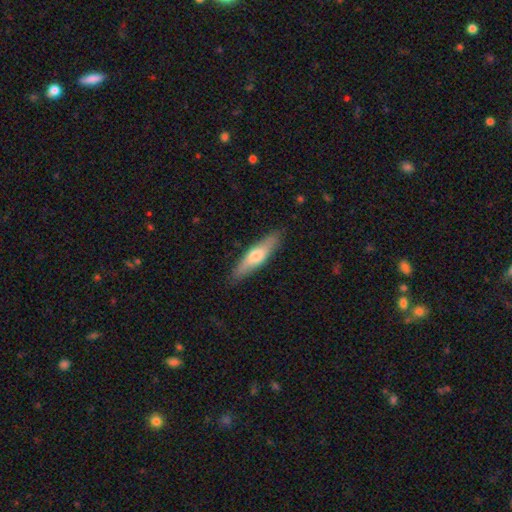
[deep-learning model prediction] smooth 60%, featured or disk 35%, star or artifact 5%. Down the decision tree: how rounded — cigar-shaped (74%); merging — none (87%).